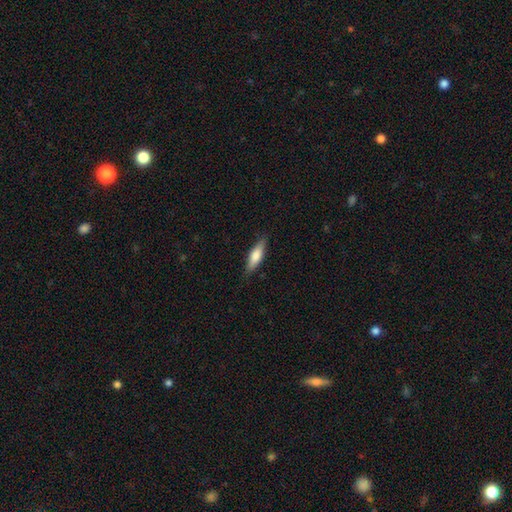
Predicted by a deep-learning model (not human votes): The model was most divided on "how rounded": cigar-shaped: 56%, in between: 42%, round: 2%. More confident: merging — none (85%); smooth or featured — smooth (70%).